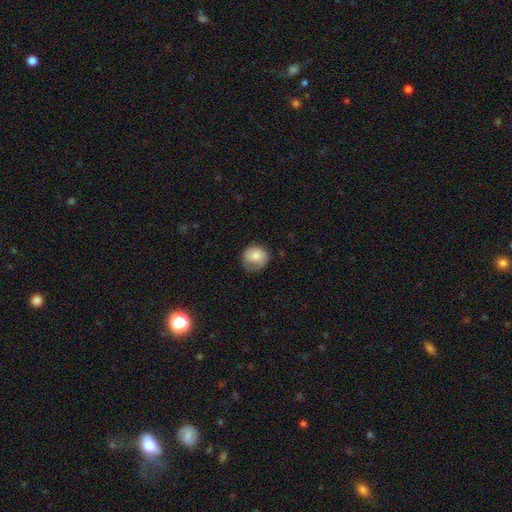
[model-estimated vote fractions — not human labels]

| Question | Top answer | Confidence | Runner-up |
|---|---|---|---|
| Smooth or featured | smooth | 81% | featured or disk (11%) |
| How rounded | round | 83% | in between (16%) |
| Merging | none | 63% | minor disturbance (27%) |